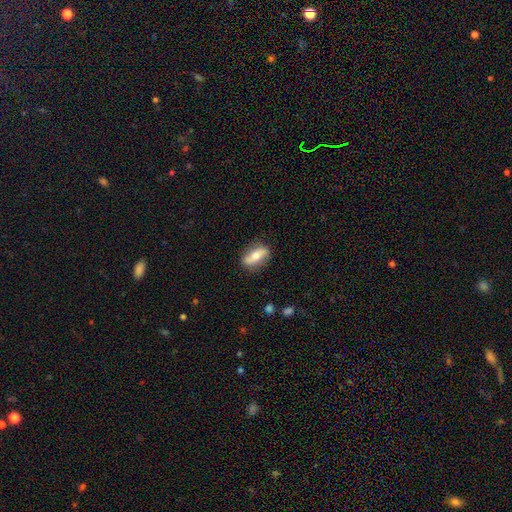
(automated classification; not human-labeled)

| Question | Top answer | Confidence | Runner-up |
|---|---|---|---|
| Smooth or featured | featured or disk | 49% | smooth (45%) |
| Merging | none | 81% | minor disturbance (14%) |